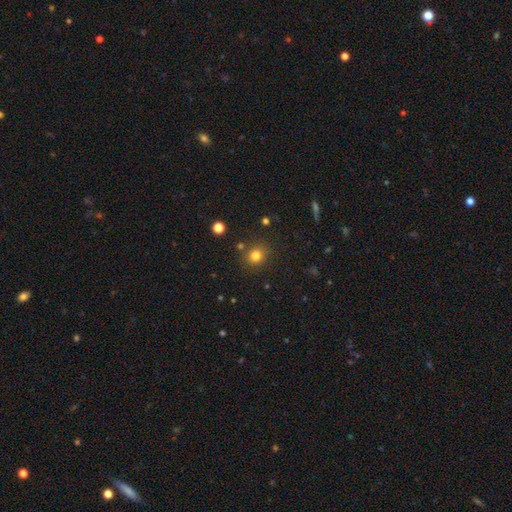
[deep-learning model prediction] Q: Smooth or featured?
A: smooth (79%); runner-up: star or artifact (15%)
Q: How rounded?
A: round (83%); runner-up: in between (16%)
Q: Merging?
A: none (82%); runner-up: minor disturbance (10%)